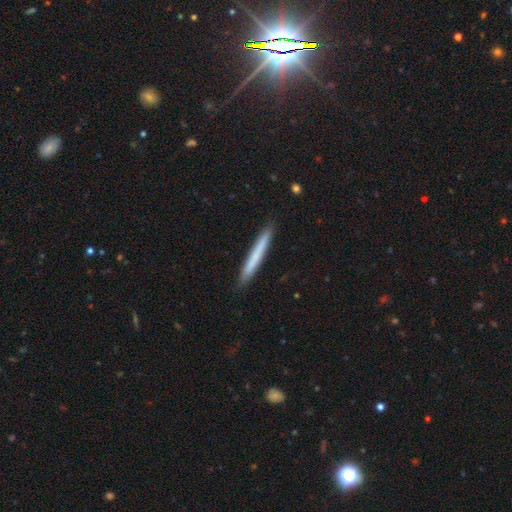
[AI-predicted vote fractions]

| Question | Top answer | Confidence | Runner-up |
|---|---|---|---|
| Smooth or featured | smooth | 68% | featured or disk (26%) |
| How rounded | cigar-shaped | 97% | in between (2%) |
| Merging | none | 91% | minor disturbance (7%) |